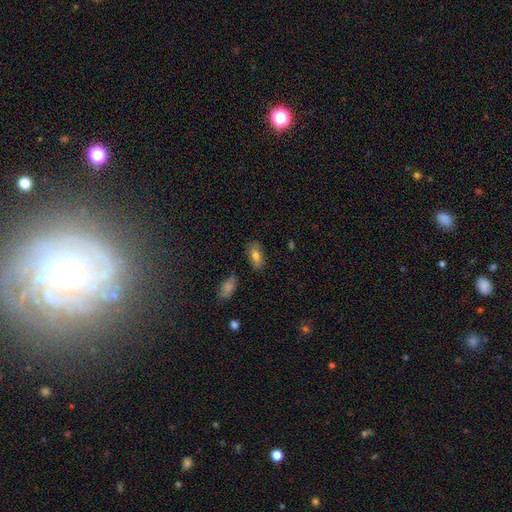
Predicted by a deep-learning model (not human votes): Smooth or featured: smooth — 75% (featured or disk — 16%)
How rounded: in between — 89% (cigar-shaped — 6%)
Merging: none — 82% (minor disturbance — 13%)